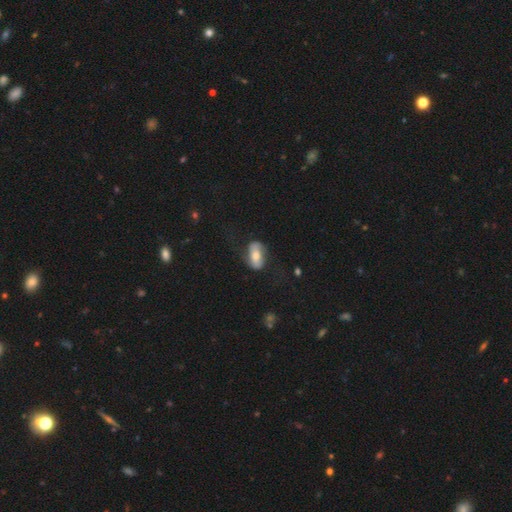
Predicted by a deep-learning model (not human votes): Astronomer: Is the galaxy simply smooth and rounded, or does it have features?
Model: smooth — 50% (runner-up: featured or disk, 43%).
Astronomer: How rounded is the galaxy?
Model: in between — 89%.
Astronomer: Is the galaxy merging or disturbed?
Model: none — 62%.